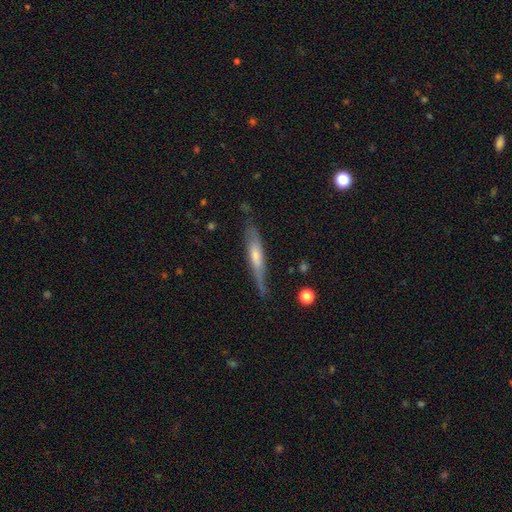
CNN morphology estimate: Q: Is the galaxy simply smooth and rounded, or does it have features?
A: featured or disk — 55%.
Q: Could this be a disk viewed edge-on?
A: yes — 83%.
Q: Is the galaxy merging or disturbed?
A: none — 73%.